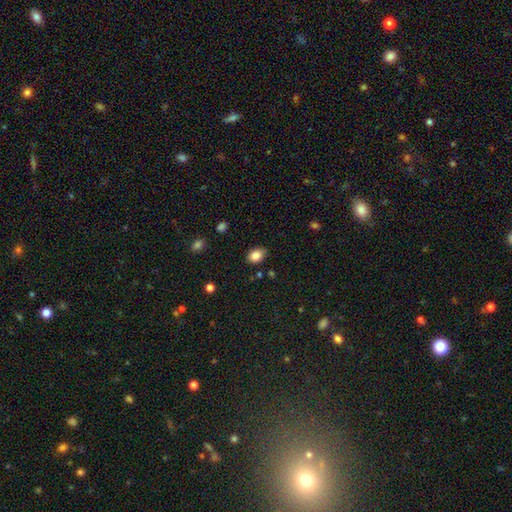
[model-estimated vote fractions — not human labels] A smooth galaxy with no disk features (85%) that is in between round and cigar-shaped (74%). Merging: none (85%).